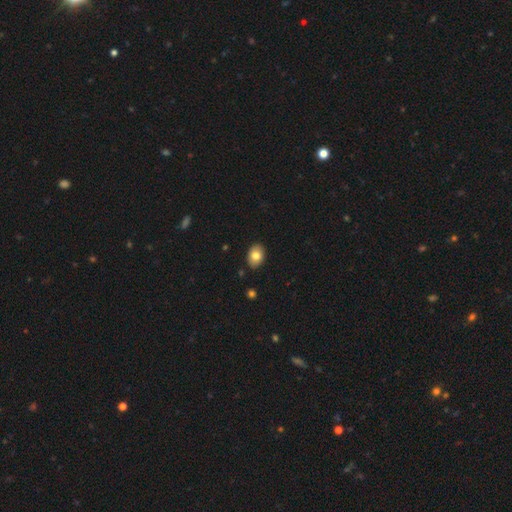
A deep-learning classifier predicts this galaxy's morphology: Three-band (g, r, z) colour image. It shows a smooth galaxy with no disk features (79%) that is in between round and cigar-shaped (80%). Merging: none (89%).